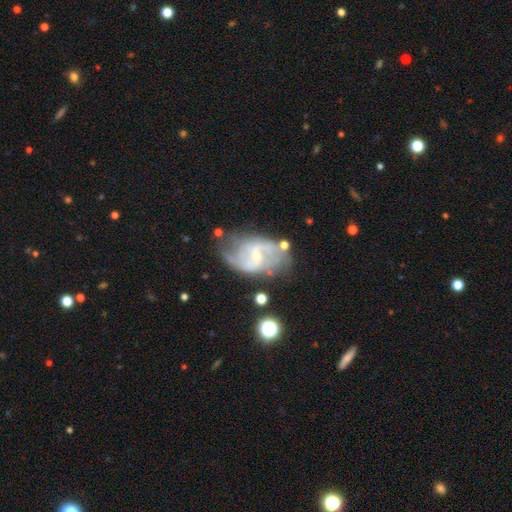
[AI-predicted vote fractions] Smooth or featured: featured or disk — 85% (smooth — 9%)
Edge-on disk: no — 97% (yes — 3%)
Bar: weak — 54% (no — 27%)
Spiral arms: yes — 93% (no — 7%)
Spiral winding: medium — 46% (loose — 36%)
Spiral arm count: 2 — 76% (can't tell — 12%)
Bulge size: small — 69% (moderate — 26%)
Merging: none — 62% (minor disturbance — 22%)